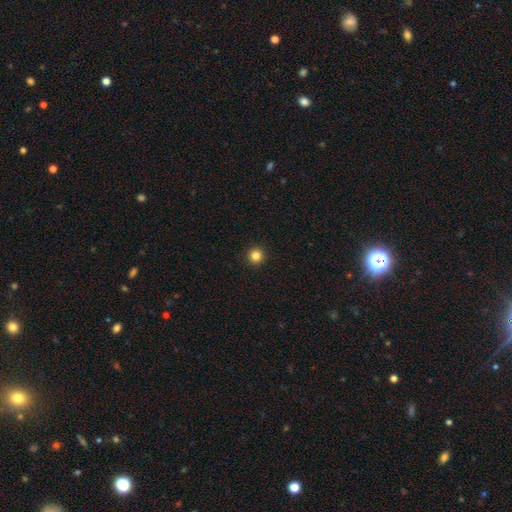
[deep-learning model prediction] Smooth or featured? smooth (83%)
How rounded? round (96%)
Merging? none (94%)